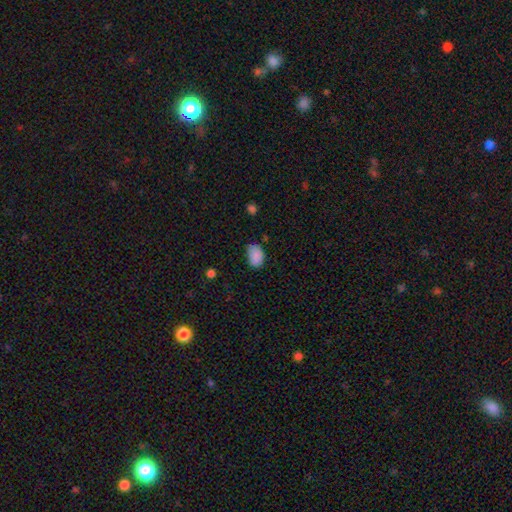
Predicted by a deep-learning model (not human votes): This appears to be a smooth galaxy with no disk features (86%) that is in between round and cigar-shaped (85%). Merging: none (60%).